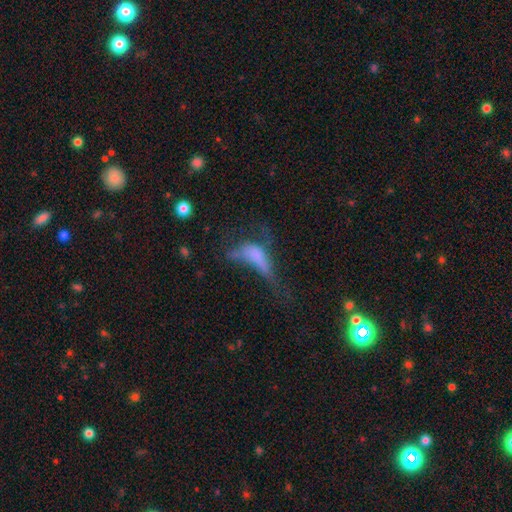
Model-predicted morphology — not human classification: type=smooth (48%); merging=major disturbance (52%).